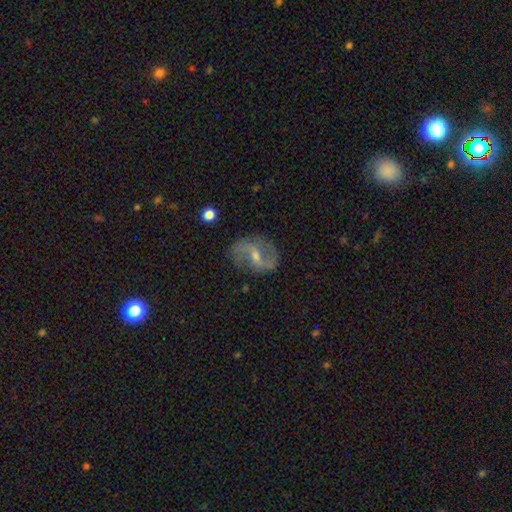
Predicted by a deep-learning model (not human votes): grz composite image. It shows a featured or disk galaxy (79%) with a weak bar (49%), 2 (89%) loose (51%) spiral arms (91%) and a small central bulge (52%). Merging: none (77%).